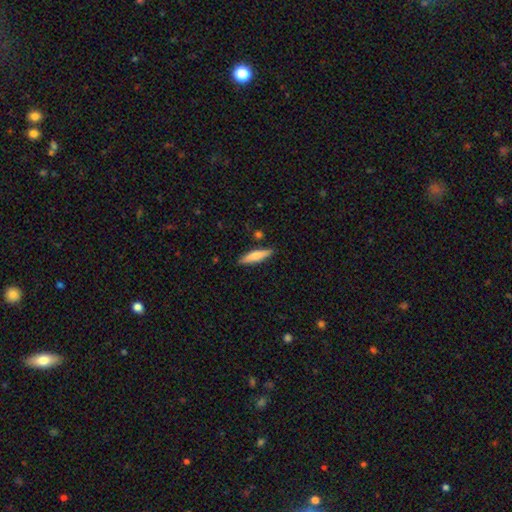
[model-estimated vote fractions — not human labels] This is likely a smooth galaxy (70%). How rounded: likely cigar-shaped (75%). Merging: clearly none (86%).